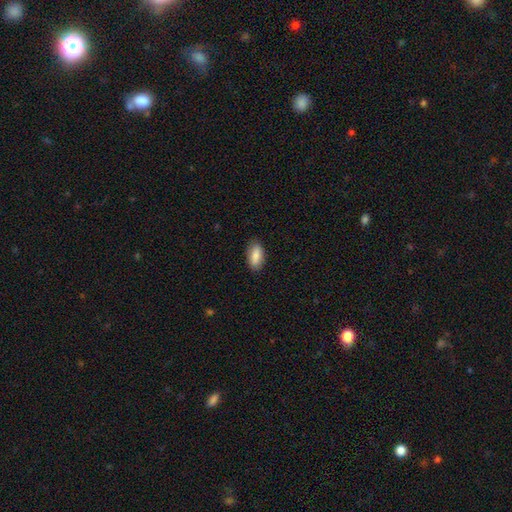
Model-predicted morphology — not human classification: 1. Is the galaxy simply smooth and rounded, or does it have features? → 85% smooth, 9% featured or disk, 6% star or artifact.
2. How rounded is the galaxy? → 90% in between, 7% cigar-shaped, 3% round.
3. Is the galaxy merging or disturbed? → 86% none, 11% minor disturbance, 2% major disturbance, 1% merger.